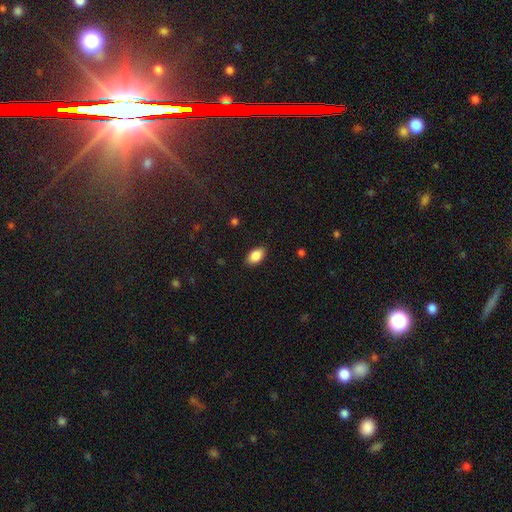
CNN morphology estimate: This appears to be a smooth galaxy with no disk features (87%) that is in between round and cigar-shaped (93%). Merging: none (86%).